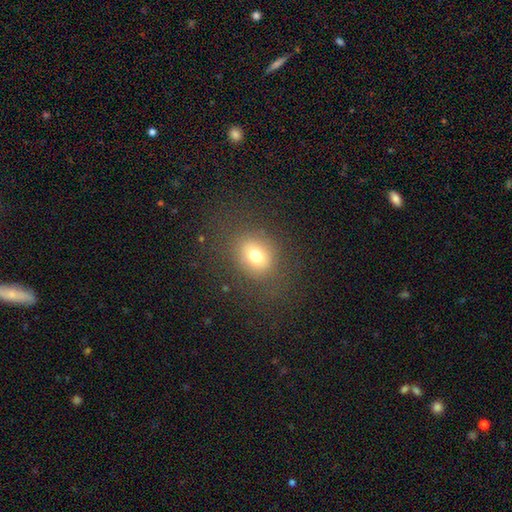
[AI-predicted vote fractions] Morphology: type=smooth (72%); roundness=round (64%); merging=none (81%).